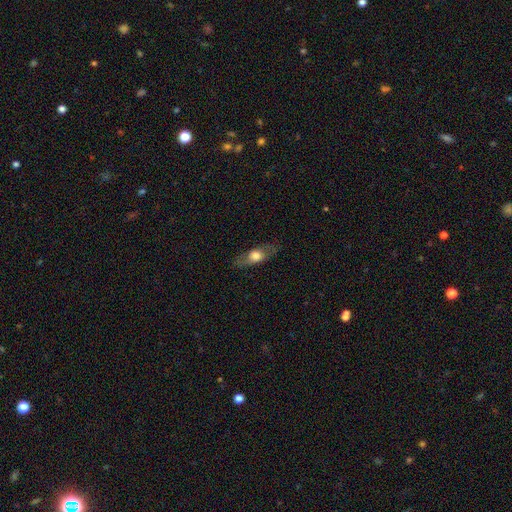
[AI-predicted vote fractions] This appears to be a smooth galaxy with no disk features (53%) that is in between round and cigar-shaped (59%). Merging: none (80%).